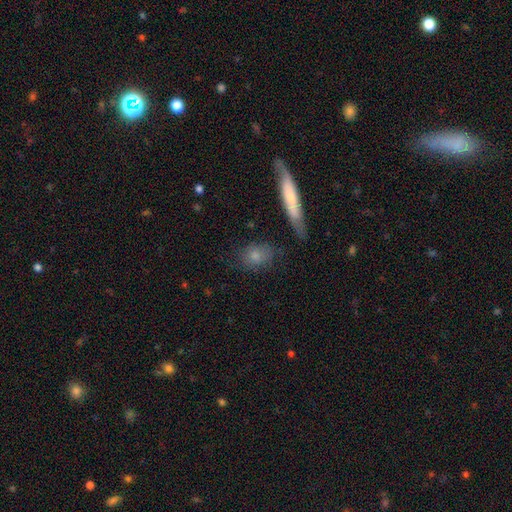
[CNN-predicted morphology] Smooth or featured?
  - smooth: 73% *
  - featured or disk: 18%
  - star or artifact: 9%
How rounded?
  - in between: 53% *
  - round: 33%
  - cigar-shaped: 14%
Merging?
  - none: 73% *
  - minor disturbance: 17%
  - major disturbance: 6%
  - merger: 5%